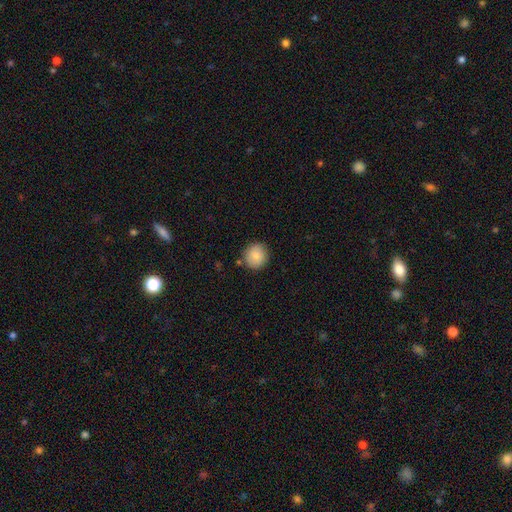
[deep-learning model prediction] Smooth or featured: smooth — 85% (featured or disk — 8%)
How rounded: round — 90% (in between — 9%)
Merging: none — 86% (minor disturbance — 10%)